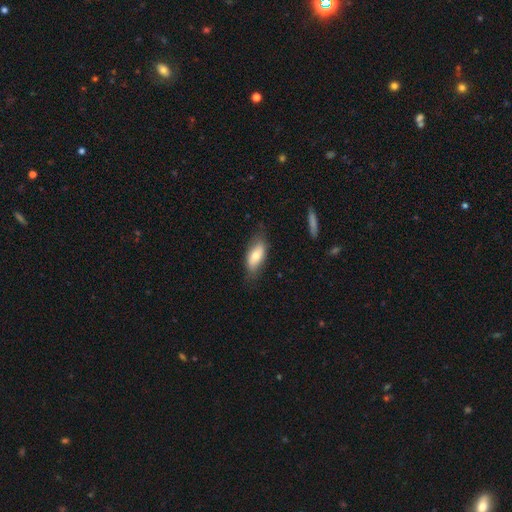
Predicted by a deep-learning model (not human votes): This appears to be a smooth galaxy with no disk features (70%) that is in between round and cigar-shaped (85%). Merging: none (73%).